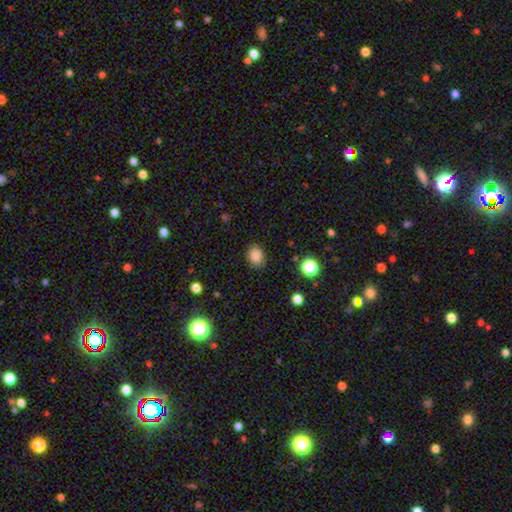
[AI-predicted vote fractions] Q: Smooth or featured?
A: smooth (85%); runner-up: star or artifact (11%)
Q: How rounded?
A: round (59%); runner-up: in between (40%)
Q: Merging?
A: none (85%); runner-up: minor disturbance (11%)